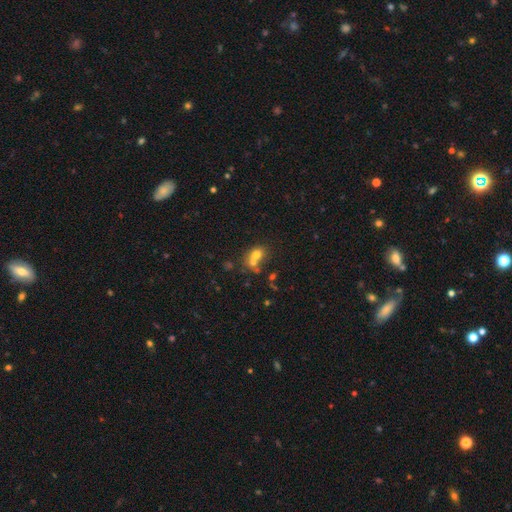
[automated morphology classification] smooth 66%, featured or disk 19%, star or artifact 15%. Down the decision tree: how rounded — round (55%); merging — merger (57%).